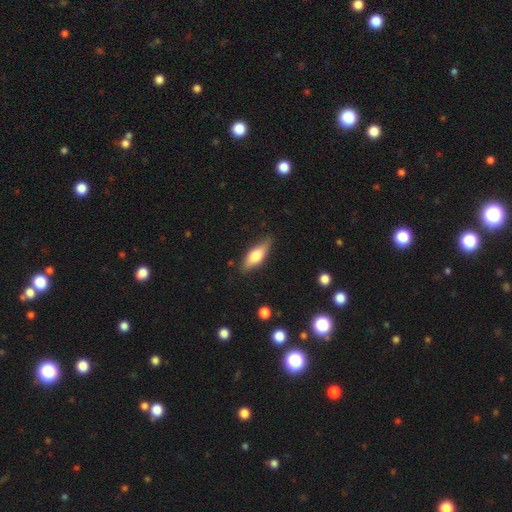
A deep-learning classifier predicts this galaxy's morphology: A smooth galaxy with no disk features (63%) that is in between round and cigar-shaped (64%). Merging: none (80%).